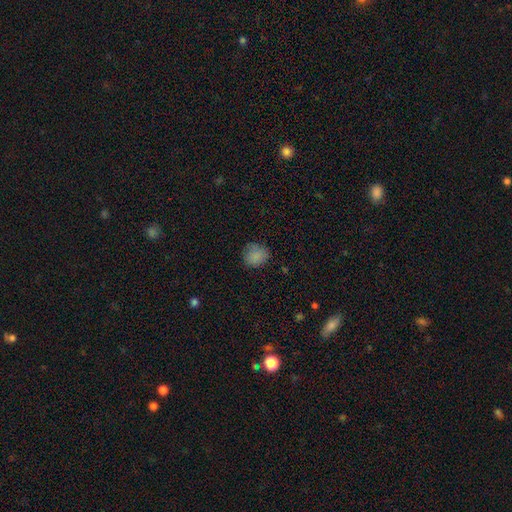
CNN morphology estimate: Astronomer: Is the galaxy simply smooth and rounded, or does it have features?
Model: smooth — 85%.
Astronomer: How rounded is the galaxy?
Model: round — 83%.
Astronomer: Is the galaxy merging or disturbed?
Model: none — 81%.